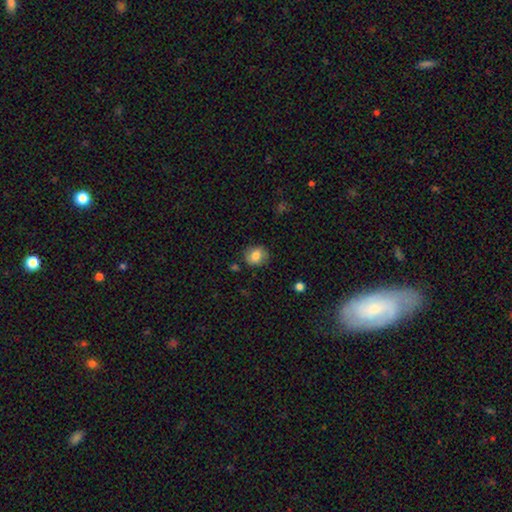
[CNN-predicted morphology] Smooth or featured: smooth — 78% (featured or disk — 13%)
How rounded: round — 70% (in between — 29%)
Merging: none — 79% (minor disturbance — 16%)